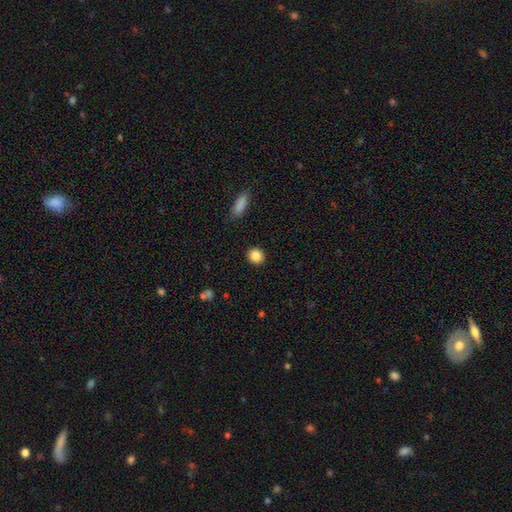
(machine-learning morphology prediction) smooth_or_featured: smooth (p=0.87) [alt: star or artifact p=0.09]
how_rounded: round (p=0.81) [alt: in between p=0.18]
merging: none (p=0.91) [alt: minor disturbance p=0.06]